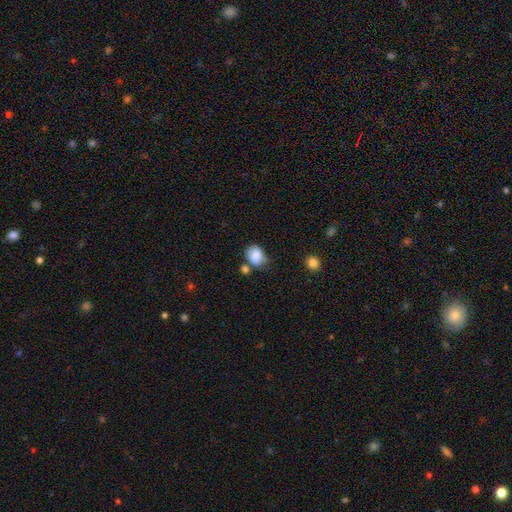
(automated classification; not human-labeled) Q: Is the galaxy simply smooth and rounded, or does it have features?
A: smooth — 81%.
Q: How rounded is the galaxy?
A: in between — 52%.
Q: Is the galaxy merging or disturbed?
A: none — 50%.